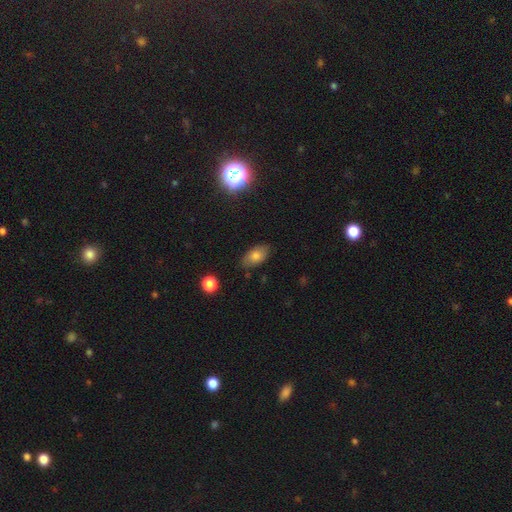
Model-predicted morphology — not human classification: smooth_or_featured: smooth (p=0.77) [alt: featured or disk p=0.13]
how_rounded: in between (p=0.91) [alt: round p=0.07]
merging: none (p=0.78) [alt: minor disturbance p=0.16]